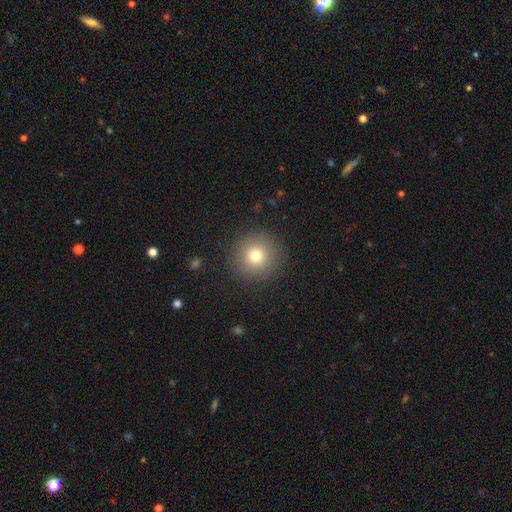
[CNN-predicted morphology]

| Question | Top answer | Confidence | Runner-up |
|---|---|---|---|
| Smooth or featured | smooth | 75% | star or artifact (14%) |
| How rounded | round | 95% | in between (4%) |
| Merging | none | 90% | minor disturbance (6%) |